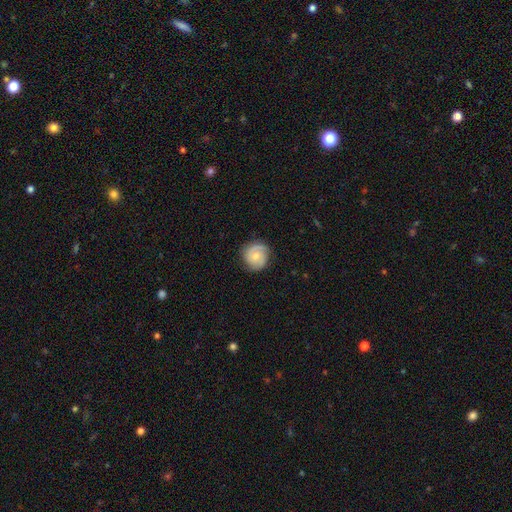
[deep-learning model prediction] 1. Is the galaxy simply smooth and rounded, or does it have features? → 66% featured or disk, 27% smooth, 7% star or artifact.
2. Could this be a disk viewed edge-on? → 98% no, 2% yes.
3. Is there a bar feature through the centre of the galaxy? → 70% no, 26% weak, 4% strong.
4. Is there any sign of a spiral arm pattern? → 92% yes, 8% no.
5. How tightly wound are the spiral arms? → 55% tight, 35% medium, 10% loose.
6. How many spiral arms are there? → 66% 2, 13% can't tell, 9% 3, 8% 1, 2% 4, 2% more than 4.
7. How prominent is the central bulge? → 48% small, 47% moderate, 2% none, 2% large, 1% dominant.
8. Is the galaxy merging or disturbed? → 80% none, 15% minor disturbance, 4% major disturbance, 1% merger.